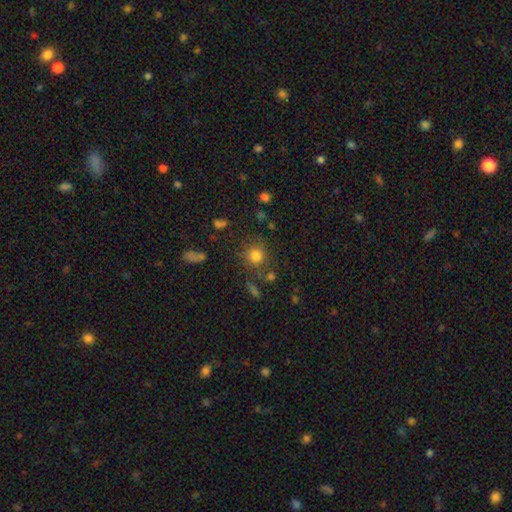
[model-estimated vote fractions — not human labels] Q: Smooth or featured?
A: smooth (78%); runner-up: star or artifact (14%)
Q: How rounded?
A: round (89%); runner-up: in between (10%)
Q: Merging?
A: none (76%); runner-up: minor disturbance (12%)